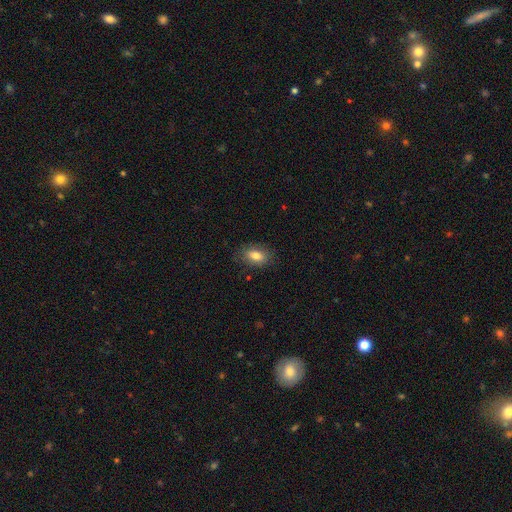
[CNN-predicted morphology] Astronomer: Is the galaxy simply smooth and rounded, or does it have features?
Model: smooth — 80%.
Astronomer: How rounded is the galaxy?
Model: in between — 88%.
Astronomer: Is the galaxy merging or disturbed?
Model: none — 82%.